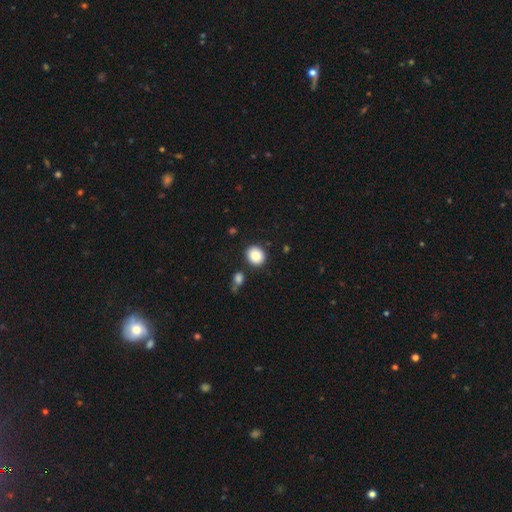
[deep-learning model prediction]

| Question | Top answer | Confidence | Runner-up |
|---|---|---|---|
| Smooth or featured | smooth | 87% | star or artifact (8%) |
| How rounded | round | 81% | in between (18%) |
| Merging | none | 85% | minor disturbance (8%) |